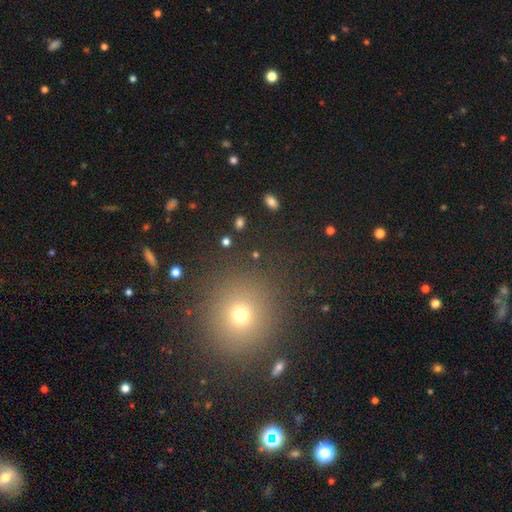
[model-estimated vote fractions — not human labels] Overall: smooth (57%; star or artifact 35%). How rounded: round (85%). Merging: none (89%).